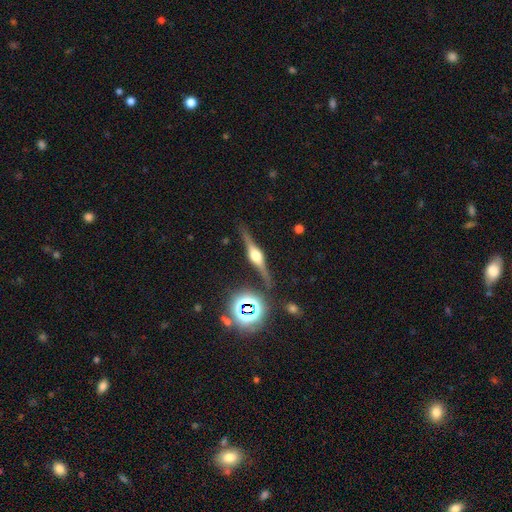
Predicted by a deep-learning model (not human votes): smooth_or_featured: featured or disk (p=0.81) [alt: smooth p=0.11]
disk_edge_on: yes (p=0.97) [alt: no p=0.03]
edge_on_bulge: rounded (p=0.92) [alt: boxy p=0.07]
merging: none (p=0.86) [alt: minor disturbance p=0.09]